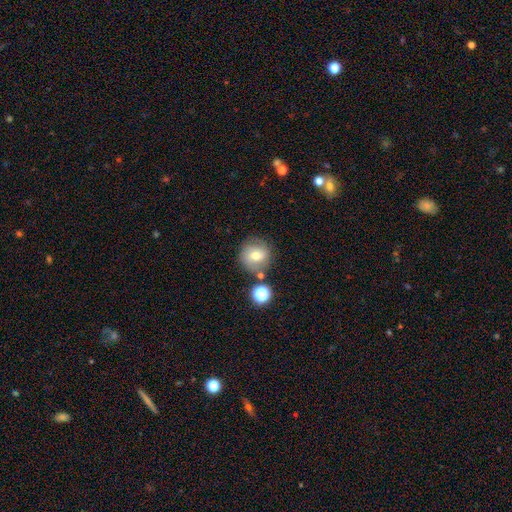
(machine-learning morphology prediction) Smooth or featured?
  - smooth: 60% *
  - featured or disk: 27%
  - star or artifact: 13%
How rounded?
  - round: 91% *
  - in between: 8%
  - cigar-shaped: 1%
Merging?
  - none: 71% *
  - minor disturbance: 13%
  - merger: 10%
  - major disturbance: 5%